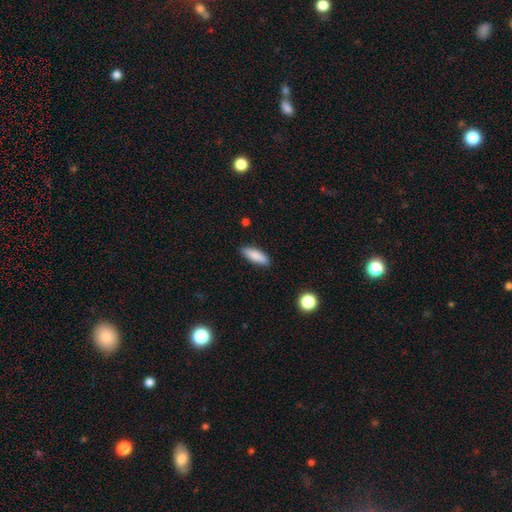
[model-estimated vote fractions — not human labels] A smooth galaxy with no disk features (85%) that is in between round and cigar-shaped (53%).

Vote fractions:
- Smooth or featured? smooth: 85% / featured or disk: 8% / star or artifact: 6%
- How rounded? in between: 53% / cigar-shaped: 45% / round: 2%
- Merging? none: 87% / minor disturbance: 10% / major disturbance: 2% / merger: 1%